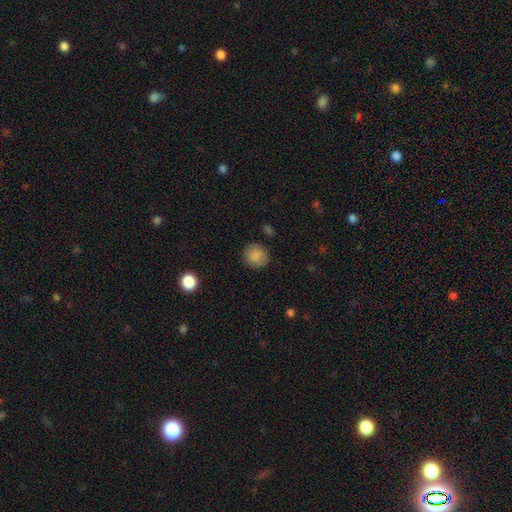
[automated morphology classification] smooth 85%, star or artifact 9%, featured or disk 6%. Down the decision tree: how rounded — round (85%); merging — none (85%).